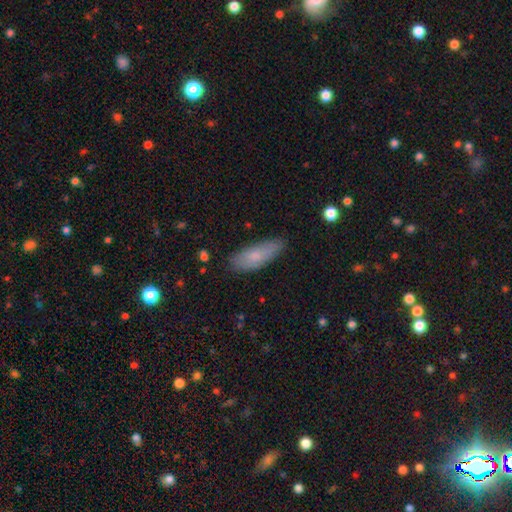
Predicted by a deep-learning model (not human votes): This appears to be a smooth galaxy with no disk features (77%) that is in between round and cigar-shaped (64%). Merging: none (79%).